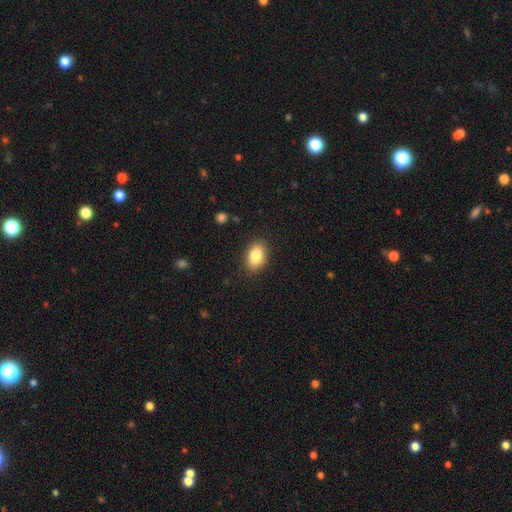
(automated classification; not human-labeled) Smooth or featured: smooth — 86% (star or artifact — 8%)
How rounded: in between — 89% (round — 9%)
Merging: none — 86% (minor disturbance — 10%)